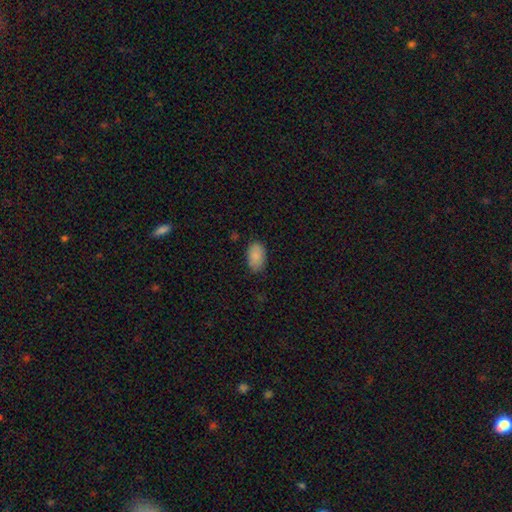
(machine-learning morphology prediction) This is clearly a smooth galaxy (88%). How rounded: clearly in between (93%). Merging: likely none (79%).